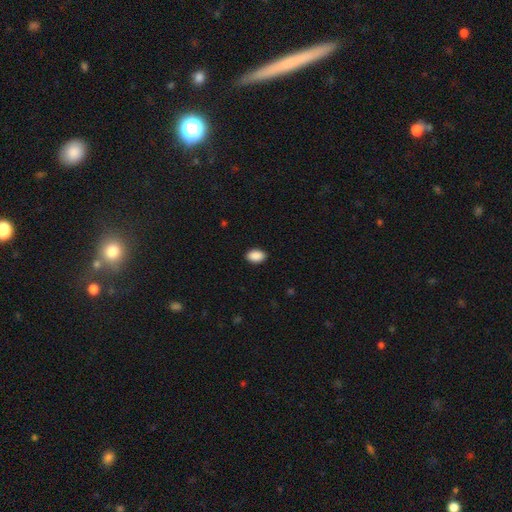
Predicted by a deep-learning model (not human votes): Q: Smooth or featured?
A: smooth (90%); runner-up: star or artifact (7%)
Q: How rounded?
A: in between (90%); runner-up: round (9%)
Q: Merging?
A: none (89%); runner-up: minor disturbance (8%)